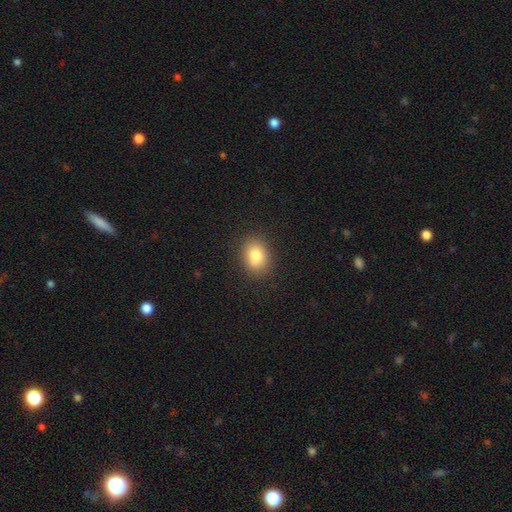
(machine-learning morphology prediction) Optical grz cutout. It shows a smooth galaxy with no disk features (80%) that is in between round and cigar-shaped (55%). Merging: none (86%).